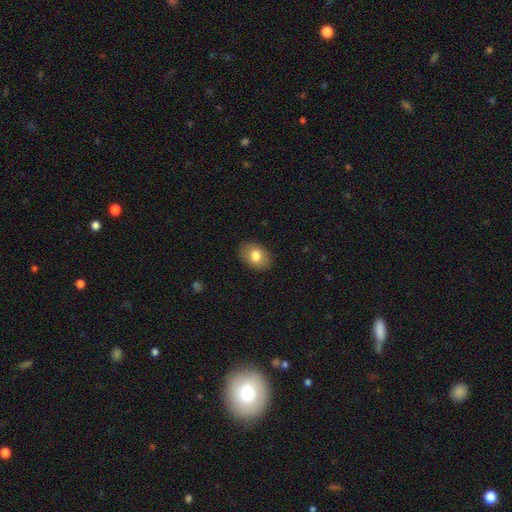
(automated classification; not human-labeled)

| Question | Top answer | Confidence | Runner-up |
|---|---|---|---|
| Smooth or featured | smooth | 79% | featured or disk (14%) |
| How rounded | in between | 80% | round (19%) |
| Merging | none | 87% | minor disturbance (9%) |